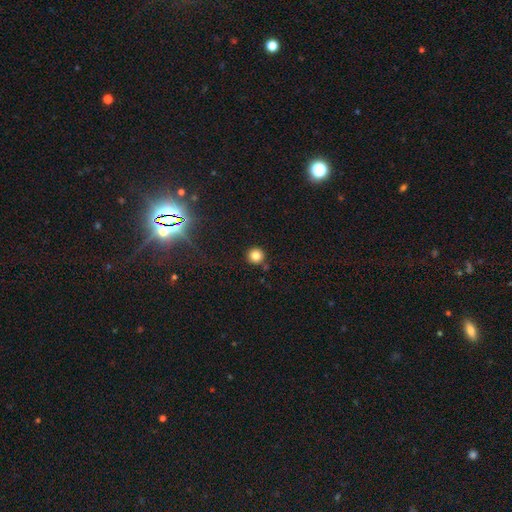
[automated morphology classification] Smooth or featured? Predicted: smooth (p=0.80). How rounded? Predicted: round (p=0.95). Merging? Predicted: none (p=0.88).